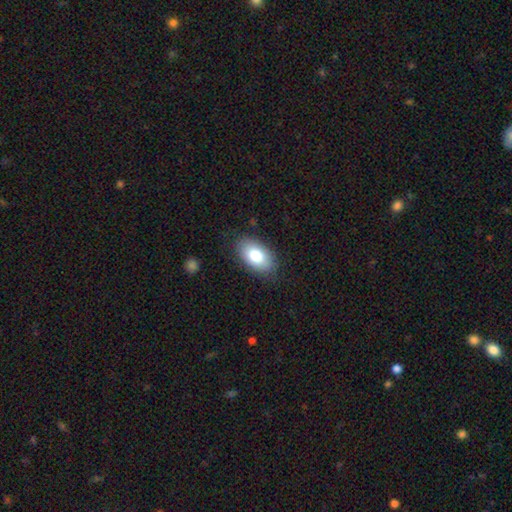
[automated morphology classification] type=smooth (79%); roundness=in between (93%); merging=none (83%).